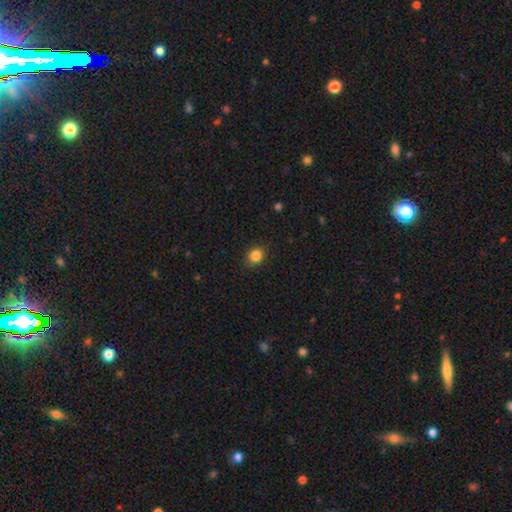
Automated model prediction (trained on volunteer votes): smooth-or-featured: smooth: 84% | star or artifact: 11% | featured or disk: 5%
  how-rounded: round: 60% | in between: 39% | cigar-shaped: 1%
  merging: none: 85% | minor disturbance: 12% | major disturbance: 3% | merger: 1%